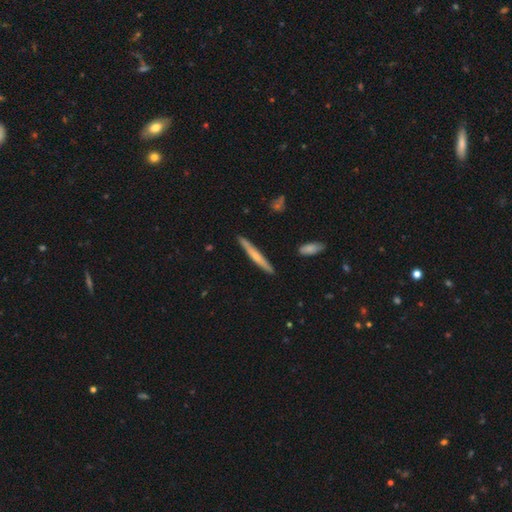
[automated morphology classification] smooth_or_featured: smooth (p=0.50) [alt: featured or disk p=0.44]
how_rounded: cigar-shaped (p=0.95) [alt: in between p=0.03]
merging: none (p=0.88) [alt: minor disturbance p=0.09]